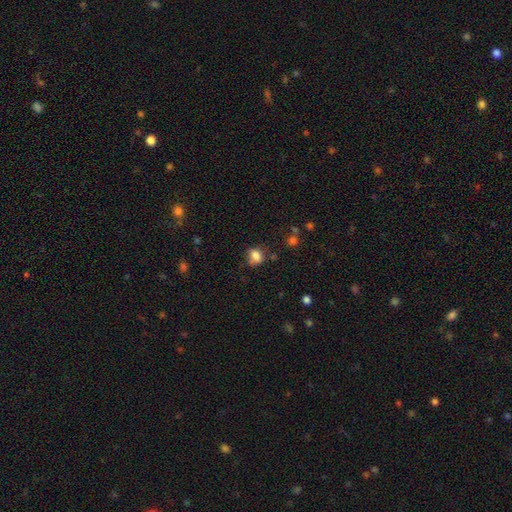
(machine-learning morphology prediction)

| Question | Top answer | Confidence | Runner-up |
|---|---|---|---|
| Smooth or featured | smooth | 80% | star or artifact (11%) |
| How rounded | in between | 52% | round (46%) |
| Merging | none | 60% | minor disturbance (24%) |